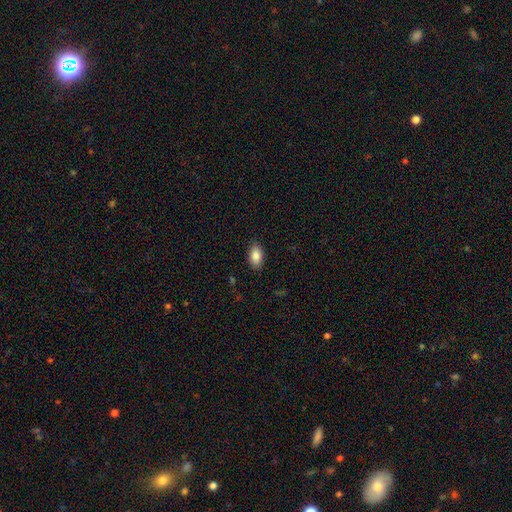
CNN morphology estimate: Q: Smooth or featured?
A: smooth (86%); runner-up: star or artifact (7%)
Q: How rounded?
A: in between (92%); runner-up: round (5%)
Q: Merging?
A: none (85%); runner-up: minor disturbance (11%)